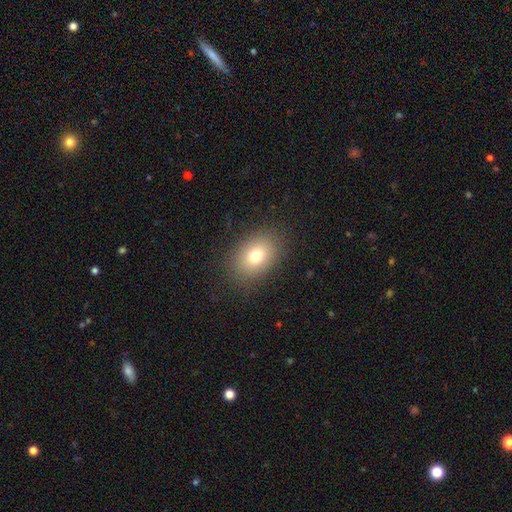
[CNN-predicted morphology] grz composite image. It shows a smooth galaxy with no disk features (75%) that is in between round and cigar-shaped (74%). Merging: none (85%).